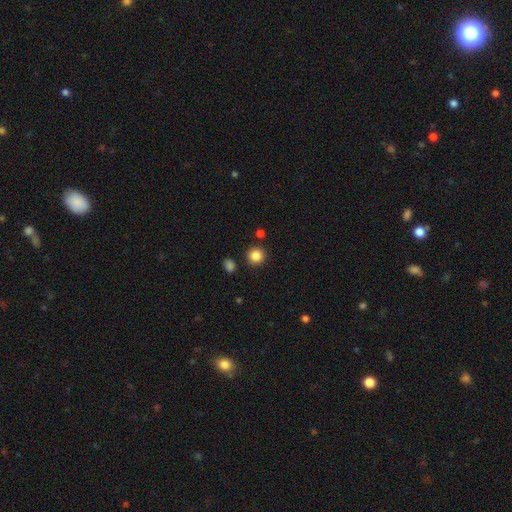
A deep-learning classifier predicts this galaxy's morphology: This is clearly a smooth galaxy (85%). How rounded: clearly round (94%). Merging: clearly none (88%).